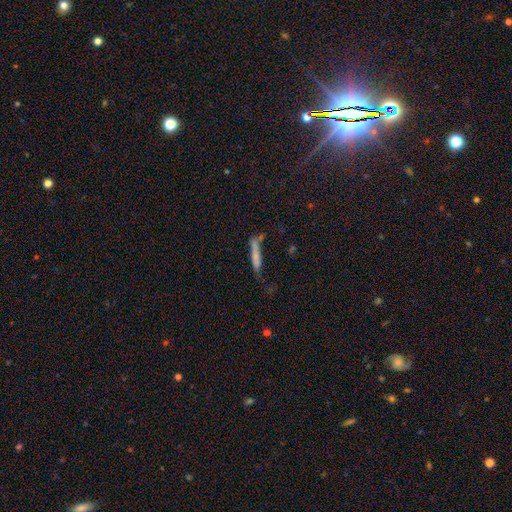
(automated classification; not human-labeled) smooth-or-featured: smooth: 67% | featured or disk: 24% | star or artifact: 10%
  how-rounded: cigar-shaped: 90% | in between: 8% | round: 2%
  merging: none: 51% | minor disturbance: 25% | major disturbance: 13% | merger: 11%